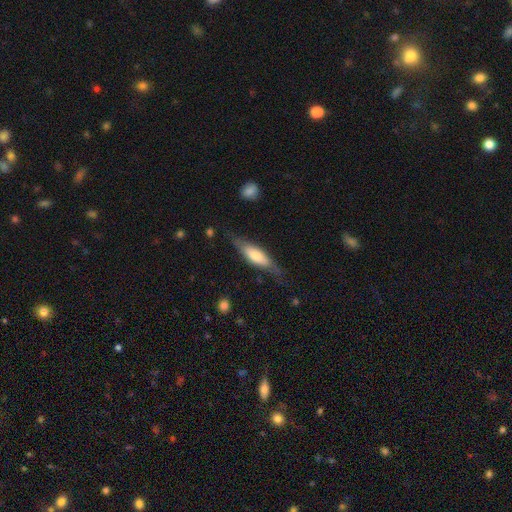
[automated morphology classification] A smooth galaxy with no disk features (56%) that is cigar-shaped (56%). Merging: none (70%).